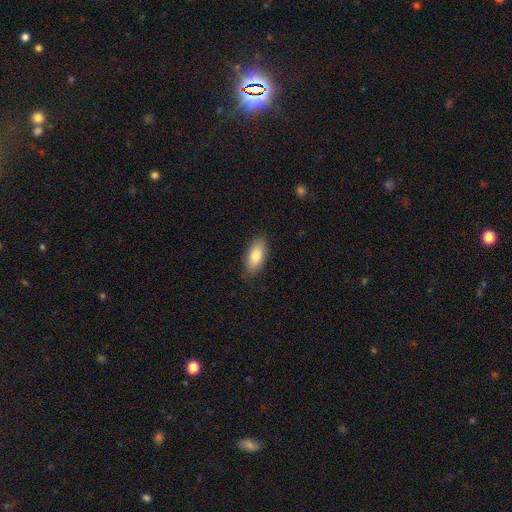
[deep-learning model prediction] smooth_or_featured: smooth (p=0.80) [alt: featured or disk p=0.13]
how_rounded: in between (p=0.88) [alt: cigar-shaped p=0.09]
merging: none (p=0.86) [alt: minor disturbance p=0.11]